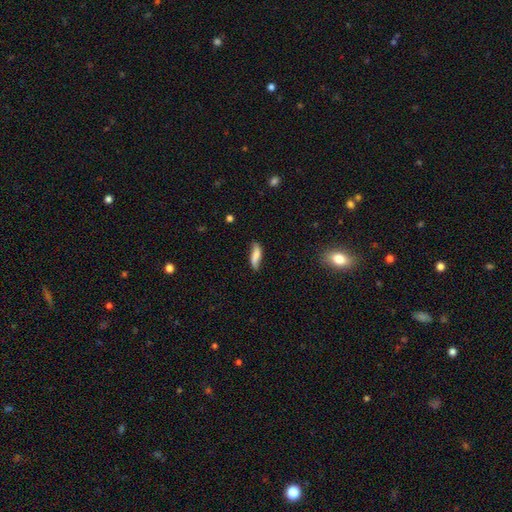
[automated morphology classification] A smooth galaxy with no disk features (63%) that is cigar-shaped (51%).

Vote fractions:
- Smooth or featured? smooth: 63% / featured or disk: 28% / star or artifact: 8%
- How rounded? cigar-shaped: 51% / in between: 46% / round: 3%
- Merging? none: 62% / minor disturbance: 28% / major disturbance: 7% / merger: 3%